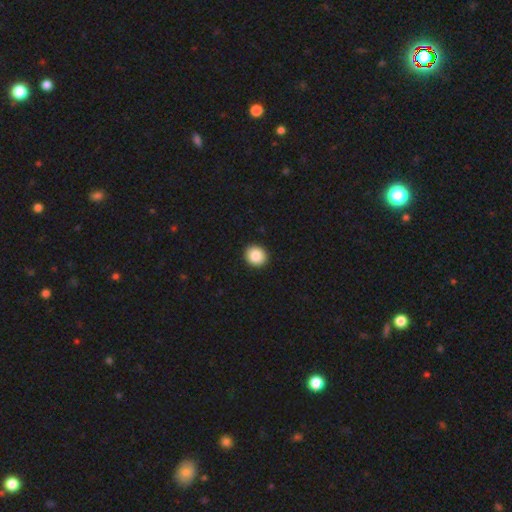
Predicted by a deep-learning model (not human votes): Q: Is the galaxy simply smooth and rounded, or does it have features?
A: smooth — 88%.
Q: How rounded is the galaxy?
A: round — 80%.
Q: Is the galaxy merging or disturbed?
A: none — 93%.